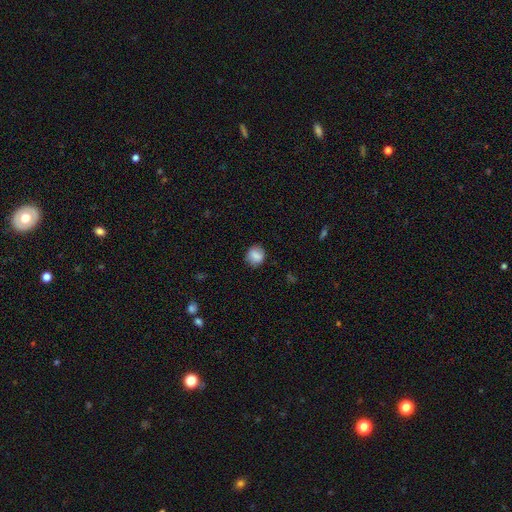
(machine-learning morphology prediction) smooth_or_featured: smooth (p=0.83) [alt: featured or disk p=0.09]
how_rounded: round (p=0.77) [alt: in between p=0.22]
merging: none (p=0.83) [alt: minor disturbance p=0.13]